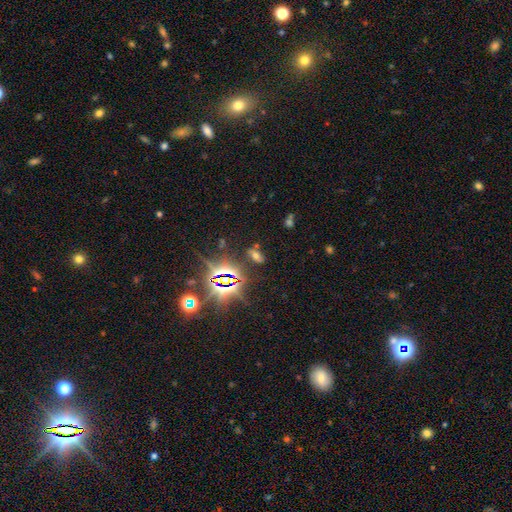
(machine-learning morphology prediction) type=star or artifact (47%).